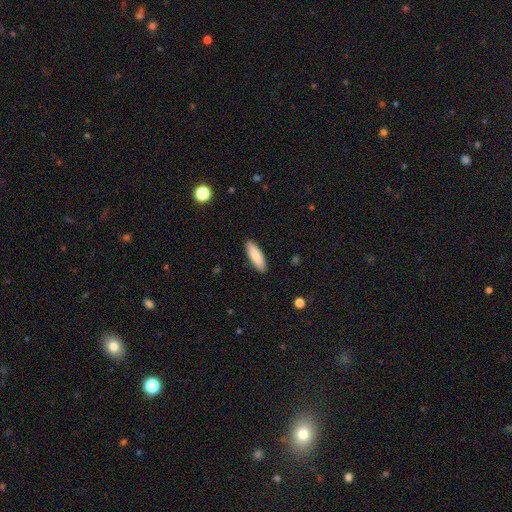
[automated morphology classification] A smooth galaxy with no disk features (85%) that is in between round and cigar-shaped (52%).

Vote fractions:
- Smooth or featured? smooth: 85% / featured or disk: 9% / star or artifact: 6%
- How rounded? in between: 52% / cigar-shaped: 46% / round: 1%
- Merging? none: 90% / minor disturbance: 7% / major disturbance: 2% / merger: 1%